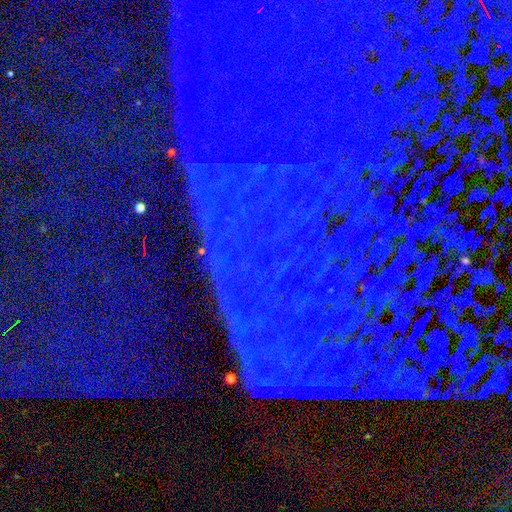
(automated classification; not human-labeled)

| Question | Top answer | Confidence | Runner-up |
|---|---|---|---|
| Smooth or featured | star or artifact | 87% | featured or disk (7%) |